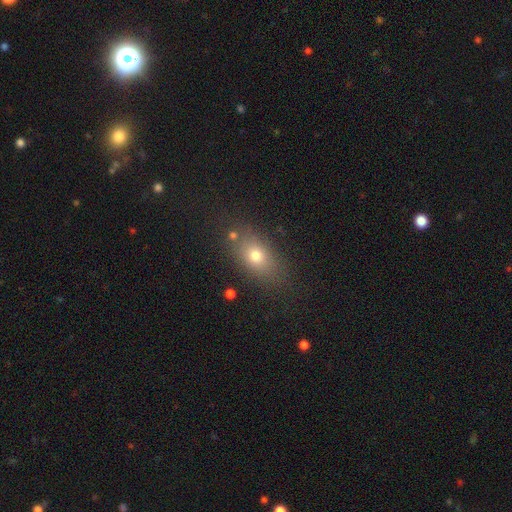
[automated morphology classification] This is likely a smooth galaxy (71%). How rounded: likely in between (73%). Merging: likely none (78%).